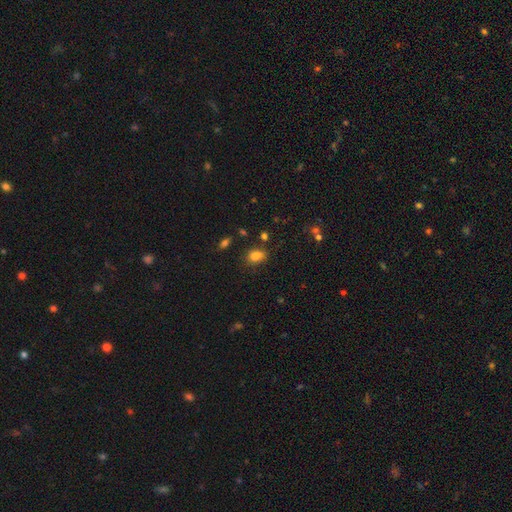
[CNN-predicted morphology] A smooth galaxy with no disk features (83%) that is in between round and cigar-shaped (79%).

Vote fractions:
- Smooth or featured? smooth: 83% / star or artifact: 12% / featured or disk: 5%
- How rounded? in between: 79% / round: 20% / cigar-shaped: 2%
- Merging? none: 73% / minor disturbance: 18% / major disturbance: 5% / merger: 4%